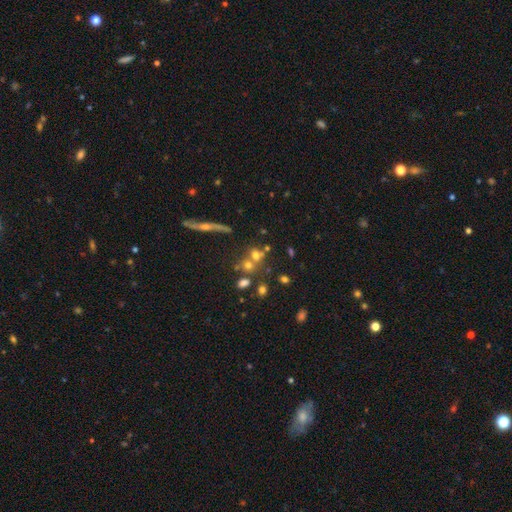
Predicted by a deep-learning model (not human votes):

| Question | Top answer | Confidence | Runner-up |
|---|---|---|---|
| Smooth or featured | smooth | 56% | featured or disk (24%) |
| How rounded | round | 76% | in between (21%) |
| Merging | none | 46% | merger (40%) |